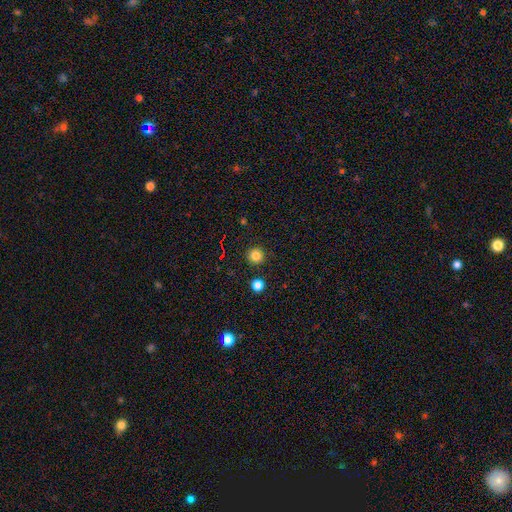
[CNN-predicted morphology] A smooth galaxy with no disk features (81%) that is round (95%). Merging: none (91%).